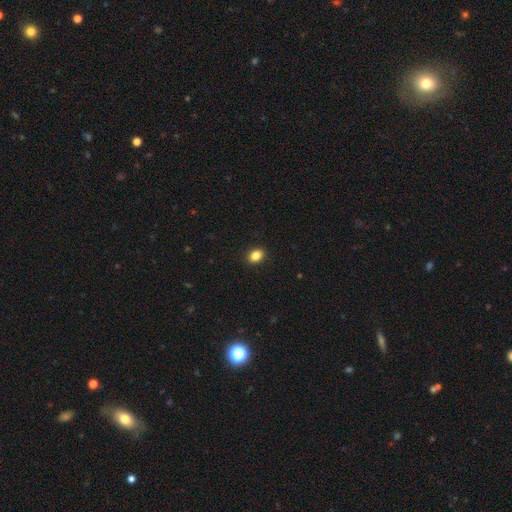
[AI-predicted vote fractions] Overall: smooth (85%). How rounded: in between (62%; round 37%). Merging: none (91%).